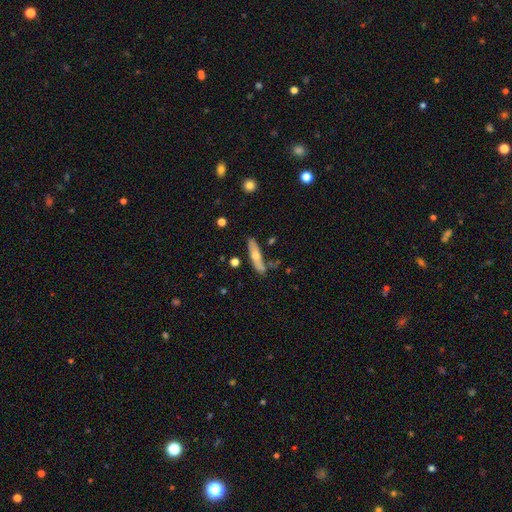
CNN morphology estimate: smooth_or_featured: smooth (p=0.51) [alt: featured or disk p=0.43]
how_rounded: cigar-shaped (p=0.75) [alt: in between p=0.23]
merging: none (p=0.68) [alt: minor disturbance p=0.20]